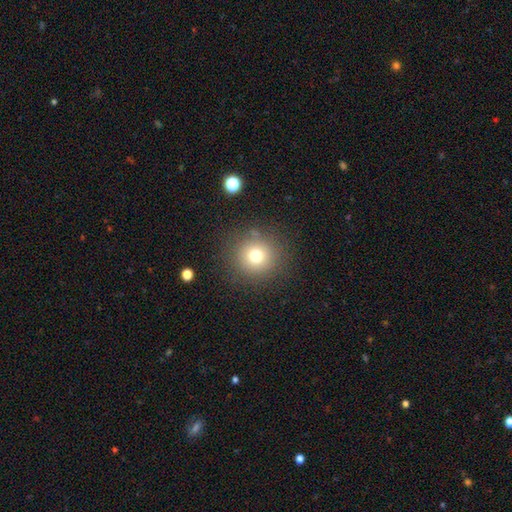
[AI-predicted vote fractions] This appears to be a smooth galaxy with no disk features (74%) that is round (94%). Merging: none (86%).